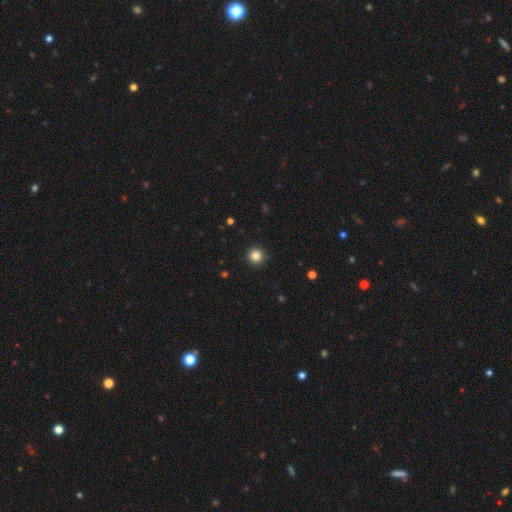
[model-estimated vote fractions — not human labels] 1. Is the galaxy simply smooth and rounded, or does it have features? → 84% smooth, 12% star or artifact, 4% featured or disk.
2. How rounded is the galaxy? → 95% round, 4% in between, 1% cigar-shaped.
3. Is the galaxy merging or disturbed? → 92% none, 5% minor disturbance, 2% major disturbance, 1% merger.